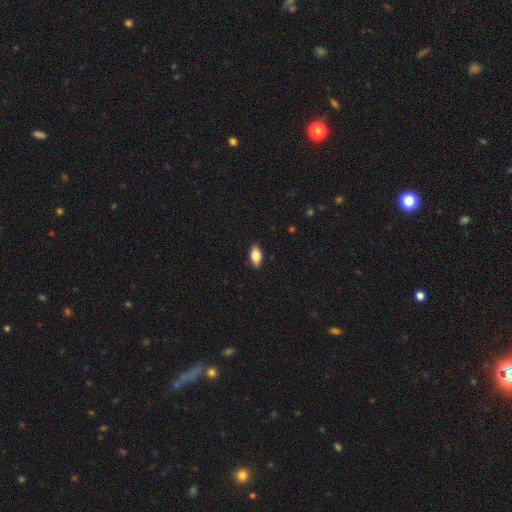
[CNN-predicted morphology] A smooth galaxy with no disk features (80%) that is in between round and cigar-shaped (91%).

Vote fractions:
- Smooth or featured? smooth: 80% / featured or disk: 13% / star or artifact: 7%
- How rounded? in between: 91% / cigar-shaped: 6% / round: 4%
- Merging? none: 89% / minor disturbance: 8% / major disturbance: 2% / merger: 1%